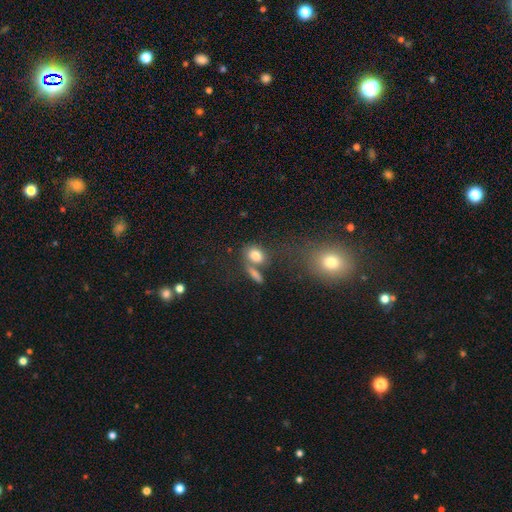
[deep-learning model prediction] Morphology: type=smooth (79%); roundness=in between (68%); merging=none (50%).